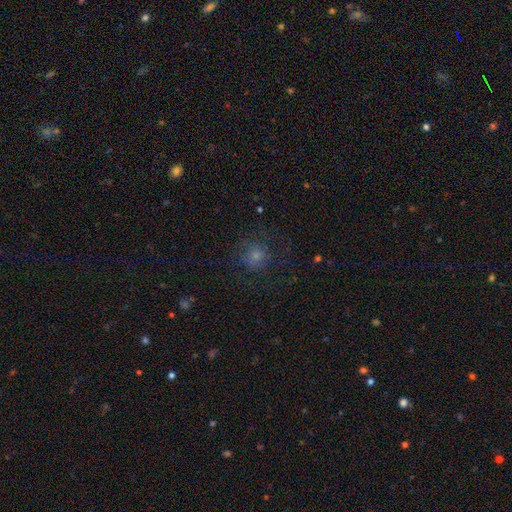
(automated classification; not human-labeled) Smooth or featured: smooth — 67% (featured or disk — 17%)
How rounded: round — 88% (in between — 11%)
Merging: none — 66% (minor disturbance — 17%)